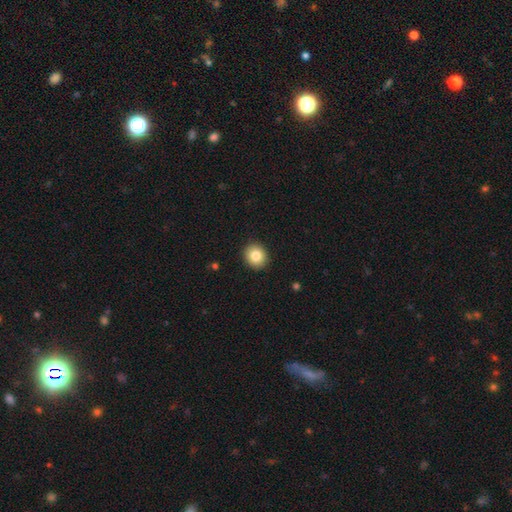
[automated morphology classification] A smooth galaxy with no disk features (83%) that is round (80%).

Vote fractions:
- Smooth or featured? smooth: 83% / star or artifact: 9% / featured or disk: 8%
- How rounded? round: 80% / in between: 19% / cigar-shaped: 1%
- Merging? none: 91% / minor disturbance: 6% / major disturbance: 2% / merger: 1%